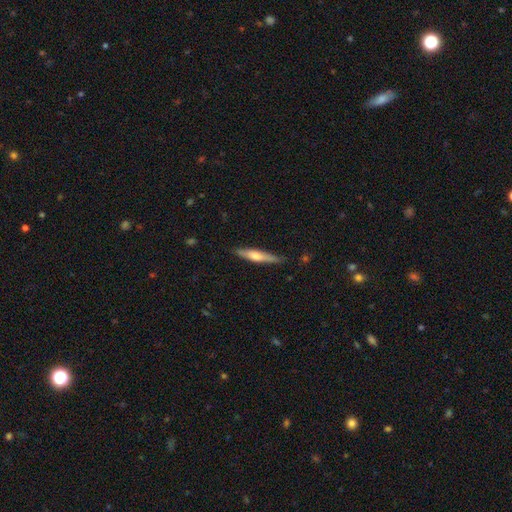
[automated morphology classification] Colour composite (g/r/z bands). It shows a featured or disk galaxy (49%). Merging: none (83%).